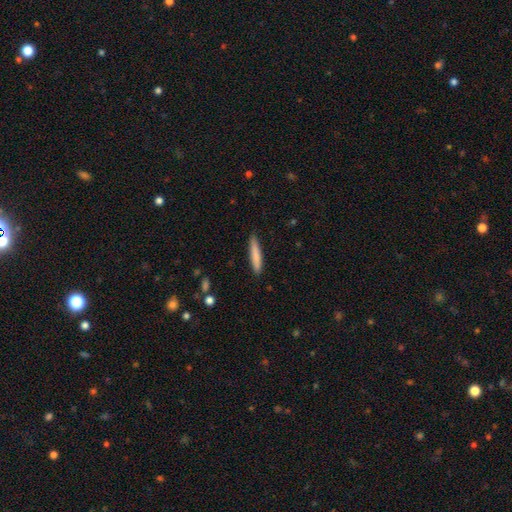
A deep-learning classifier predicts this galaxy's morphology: smooth-or-featured: smooth: 82% | featured or disk: 12% | star or artifact: 6%
  how-rounded: cigar-shaped: 90% | in between: 8% | round: 1%
  merging: none: 88% | minor disturbance: 9% | major disturbance: 2% | merger: 1%